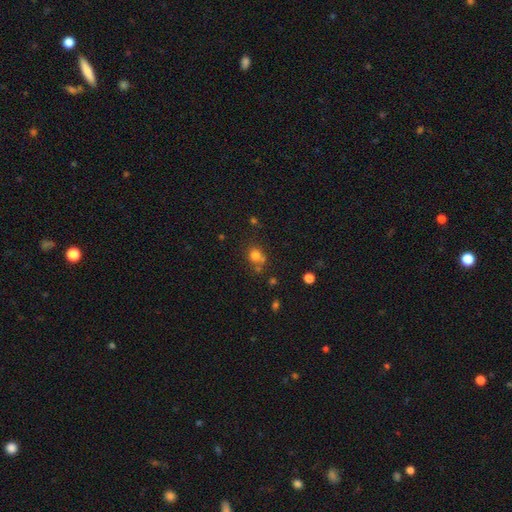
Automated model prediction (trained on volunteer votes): smooth_or_featured: smooth (p=0.76) [alt: star or artifact p=0.15]
how_rounded: round (p=0.78) [alt: in between p=0.21]
merging: none (p=0.57) [alt: merger p=0.24]